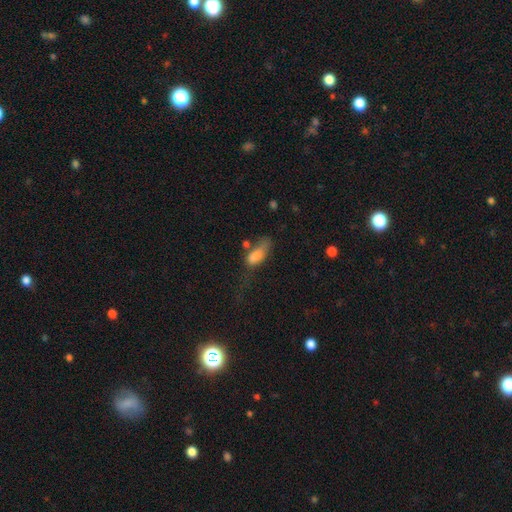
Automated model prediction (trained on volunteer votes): Smooth or featured: smooth — 77% (featured or disk — 13%)
How rounded: in between — 84% (cigar-shaped — 12%)
Merging: major disturbance — 39% (minor disturbance — 25%)